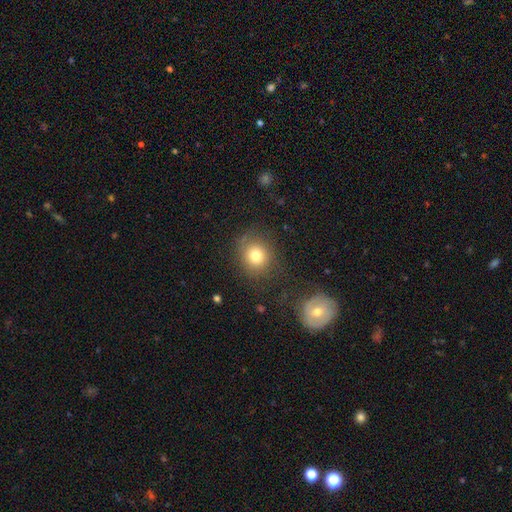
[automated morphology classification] A smooth galaxy with no disk features (76%) that is round (83%).

Vote fractions:
- Smooth or featured? smooth: 76% / star or artifact: 13% / featured or disk: 11%
- How rounded? round: 83% / in between: 16% / cigar-shaped: 1%
- Merging? none: 78% / minor disturbance: 13% / major disturbance: 6% / merger: 3%